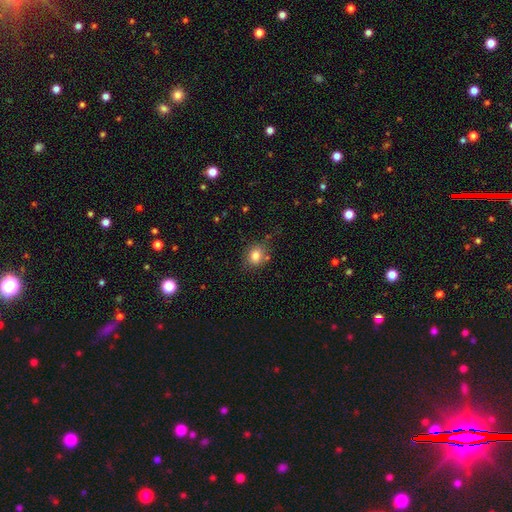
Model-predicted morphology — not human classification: This is clearly a smooth galaxy (82%). How rounded: possibly round (53%). Merging: likely none (74%).